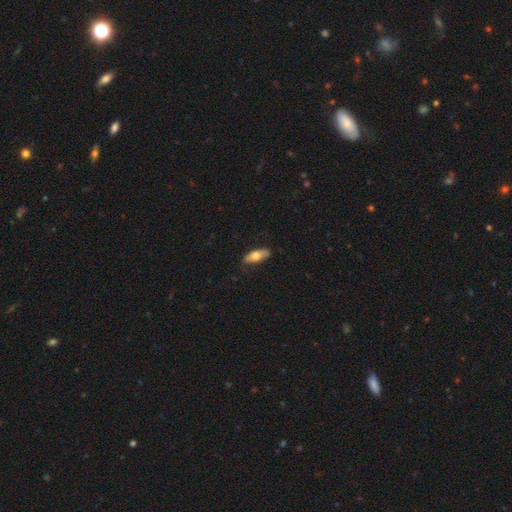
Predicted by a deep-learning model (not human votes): Q: Smooth or featured?
A: smooth (67%); runner-up: featured or disk (27%)
Q: How rounded?
A: in between (75%); runner-up: cigar-shaped (22%)
Q: Merging?
A: none (80%); runner-up: minor disturbance (16%)